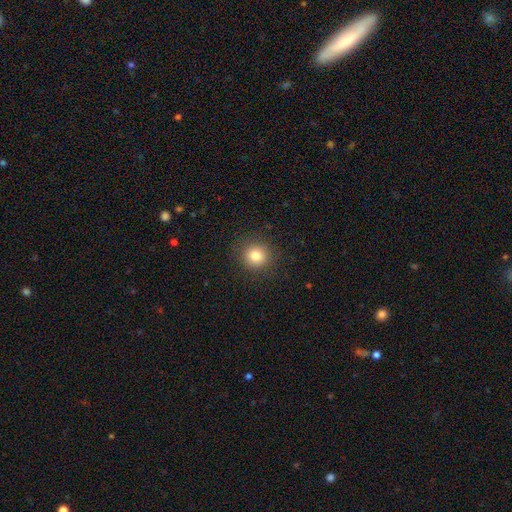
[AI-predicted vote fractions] smooth-or-featured: smooth: 81% | star or artifact: 12% | featured or disk: 7%
  how-rounded: round: 93% | in between: 6% | cigar-shaped: 1%
  merging: none: 90% | minor disturbance: 6% | major disturbance: 3% | merger: 1%